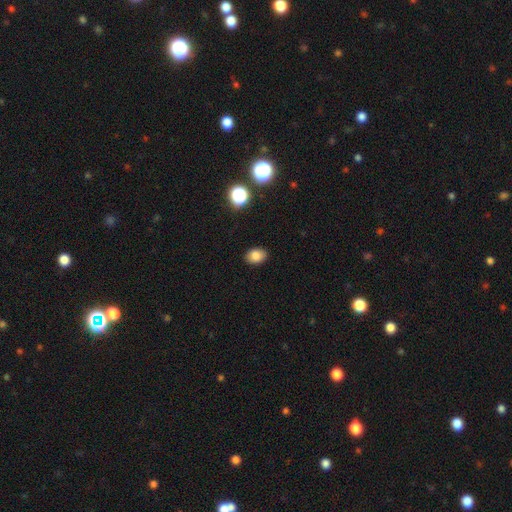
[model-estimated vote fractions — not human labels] This is clearly a smooth galaxy (83%). How rounded: likely in between (73%). Merging: clearly none (87%).